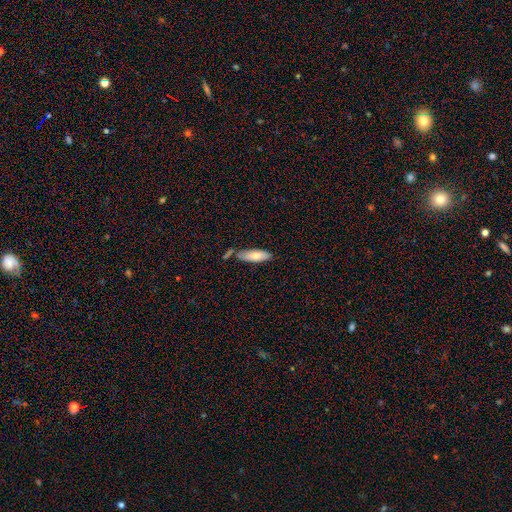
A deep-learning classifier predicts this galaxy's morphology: Smooth or featured? Predicted: smooth (p=0.74). How rounded? Predicted: in between (p=0.60). Merging? Predicted: none (p=0.65).